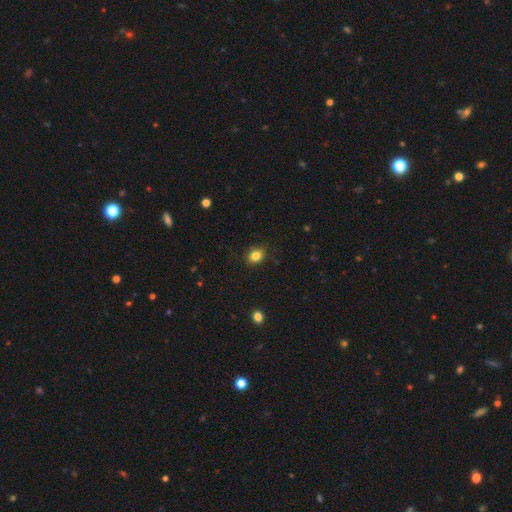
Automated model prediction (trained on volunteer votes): Smooth or featured? smooth (84%)
How rounded? round (52%)
Merging? none (86%)